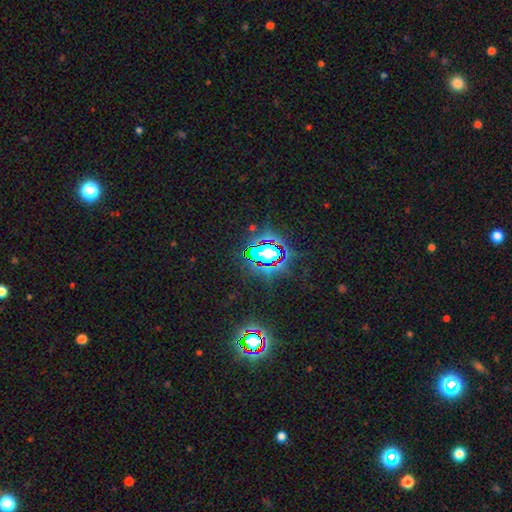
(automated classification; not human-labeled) star or artifact 82%, smooth 11%, featured or disk 7%.